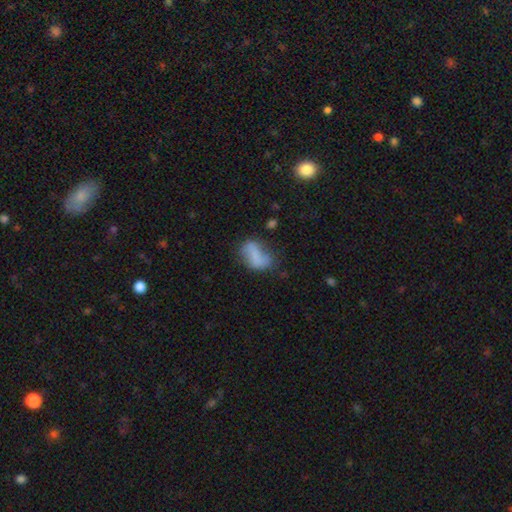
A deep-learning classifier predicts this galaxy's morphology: Q: Smooth or featured?
A: smooth (60%); runner-up: featured or disk (30%)
Q: How rounded?
A: in between (84%); runner-up: round (12%)
Q: Merging?
A: none (47%); runner-up: minor disturbance (28%)